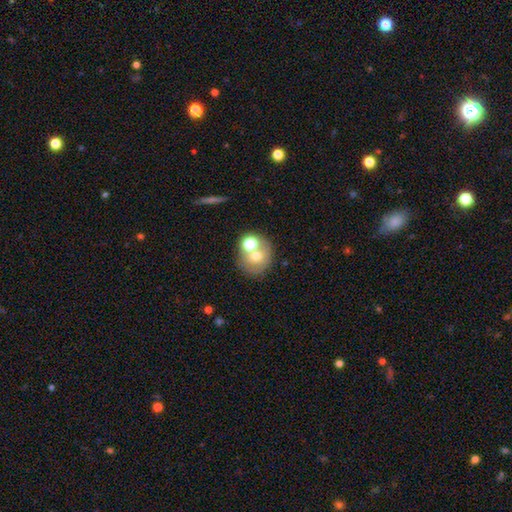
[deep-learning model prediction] The model was most divided on "merging": none: 47%, merger: 39%, minor disturbance: 9%, major disturbance: 4%. More confident: how rounded — round (79%); smooth or featured — smooth (64%).